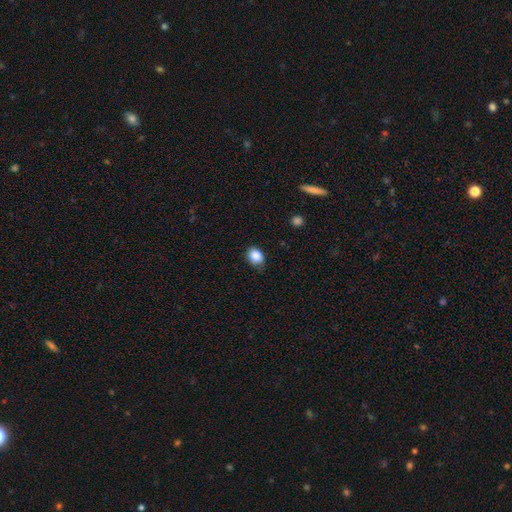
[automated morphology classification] Overall: smooth (87%). How rounded: round (51%; in between 48%). Merging: none (77%).